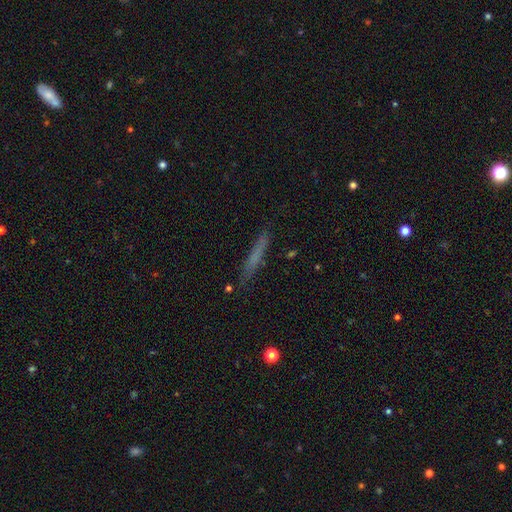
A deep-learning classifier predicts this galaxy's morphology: A smooth galaxy with no disk features (60%) that is cigar-shaped (95%). Merging: none (84%).